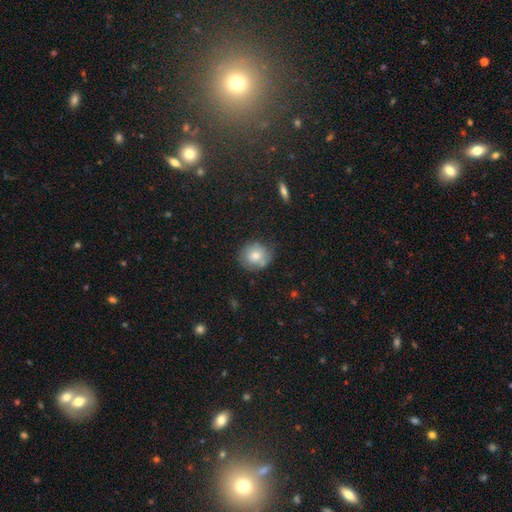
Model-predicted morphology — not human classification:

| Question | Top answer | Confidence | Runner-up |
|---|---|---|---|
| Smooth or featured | smooth | 73% | featured or disk (18%) |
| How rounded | round | 84% | in between (15%) |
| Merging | none | 71% | minor disturbance (20%) |